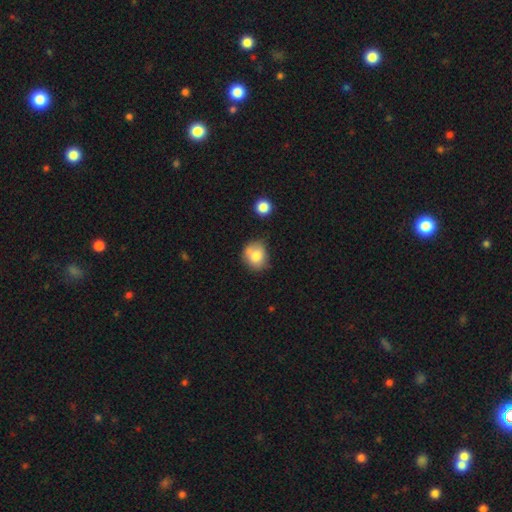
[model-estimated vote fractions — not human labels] Smooth or featured? smooth (76%)
How rounded? round (67%)
Merging? none (55%)